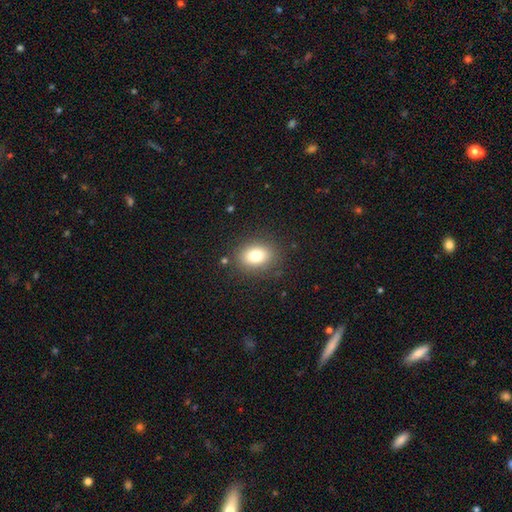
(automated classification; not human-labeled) Smooth or featured? smooth (80%)
How rounded? in between (66%)
Merging? none (84%)